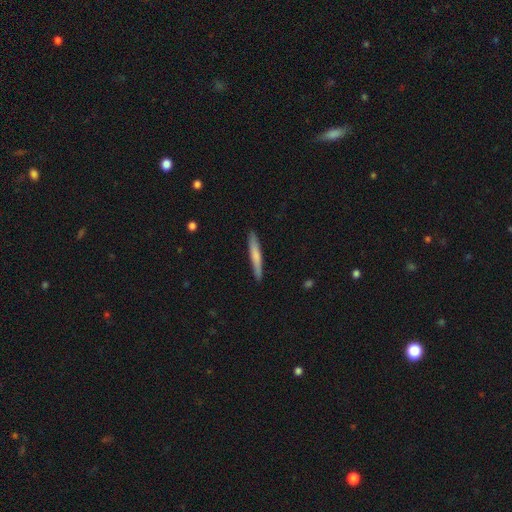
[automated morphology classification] The model was most divided on "smooth or featured": smooth: 67%, featured or disk: 28%, star or artifact: 5%. More confident: how rounded — cigar-shaped (95%); merging — none (88%).